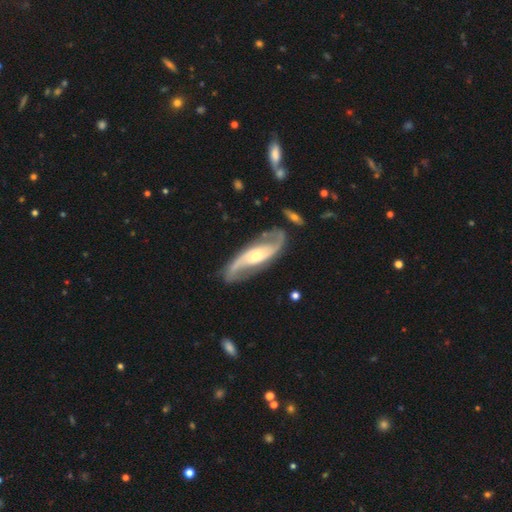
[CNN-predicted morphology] Overall: featured or disk (89%). Edge-on disk: no (93%). Bar: no (48%; weak 30%). Spiral arms: yes (97%). Spiral arm count: 2 (93%). Spiral winding: loose (44%; medium 42%). Bulge size: small (53%; moderate 40%). Merging: none (78%).